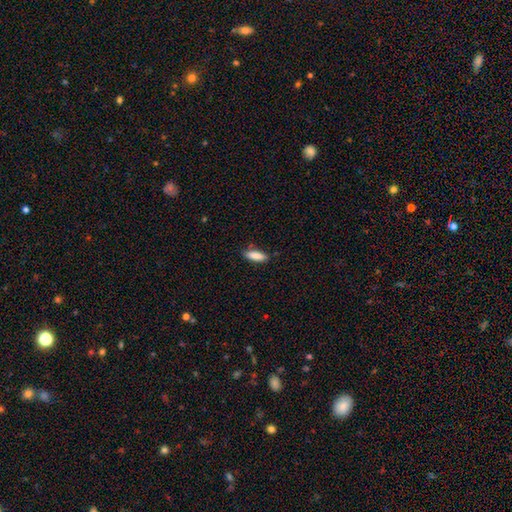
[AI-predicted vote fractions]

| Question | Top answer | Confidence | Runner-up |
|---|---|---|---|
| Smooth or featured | smooth | 86% | featured or disk (8%) |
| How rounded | in between | 55% | cigar-shaped (43%) |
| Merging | none | 82% | minor disturbance (13%) |